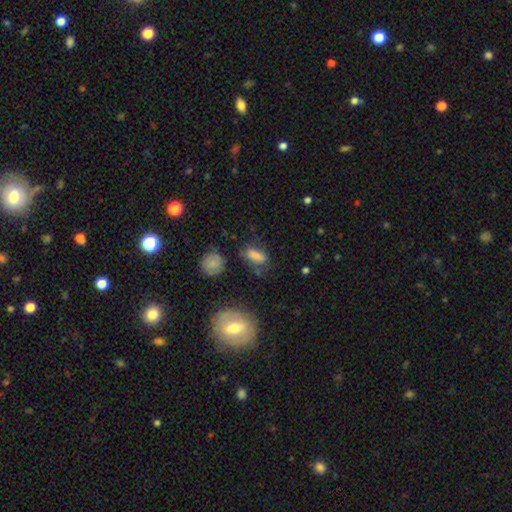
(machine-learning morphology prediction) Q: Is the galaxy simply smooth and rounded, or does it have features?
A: smooth — 80%.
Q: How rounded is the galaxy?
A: in between — 83%.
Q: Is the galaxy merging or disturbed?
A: none — 64%.